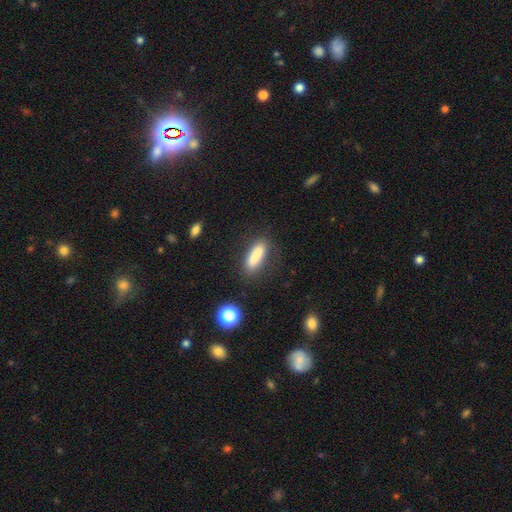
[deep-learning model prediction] Smooth or featured? Predicted: smooth (p=0.84). How rounded? Predicted: in between (p=0.50). Merging? Predicted: none (p=0.81).